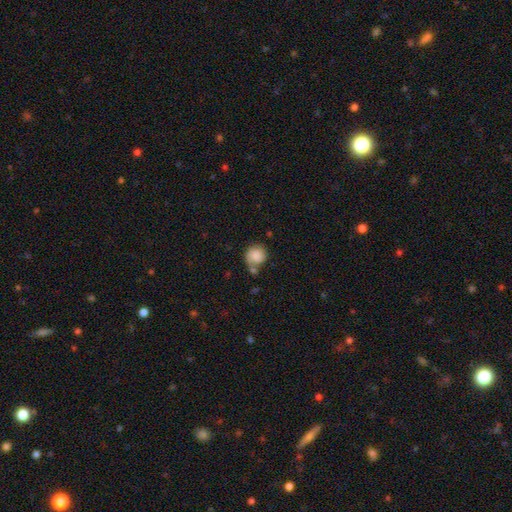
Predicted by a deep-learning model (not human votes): Overall: smooth (82%). How rounded: round (85%). Merging: none (49%; minor disturbance 21%).